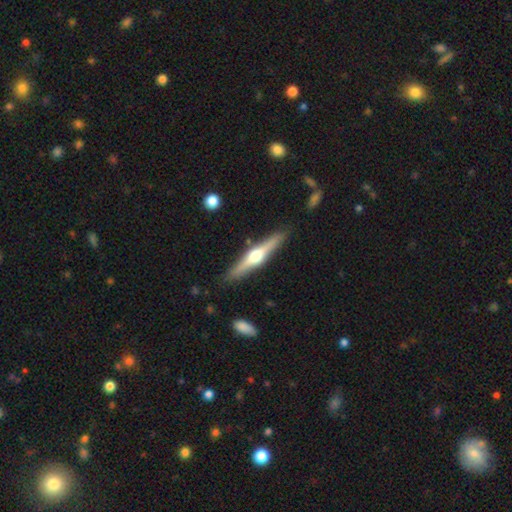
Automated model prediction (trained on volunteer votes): This is likely a featured or disk galaxy (70%). It is clearly viewed edge-on (97%). Edge-on bulge: clearly rounded (94%). Merging: clearly none (88%).